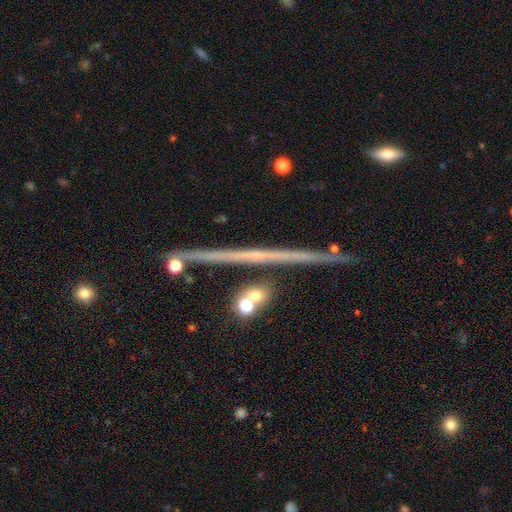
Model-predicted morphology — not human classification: A featured or disk galaxy (72%) viewed edge-on (98%) with no central bulge (81%).

Vote fractions:
- Smooth or featured? featured or disk: 72% / smooth: 19% / star or artifact: 9%
- Edge-on disk? yes: 98% / no: 2%
- Edge-on bulge? none: 81% / rounded: 14% / boxy: 4%
- Merging? none: 87% / minor disturbance: 8% / merger: 3% / major disturbance: 2%